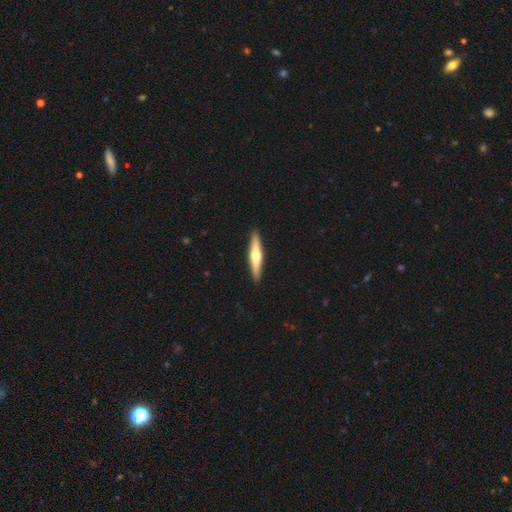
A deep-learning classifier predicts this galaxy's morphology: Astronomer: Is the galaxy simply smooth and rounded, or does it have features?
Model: featured or disk — 56% (runner-up: smooth, 39%).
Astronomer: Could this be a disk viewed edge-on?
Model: yes — 96%.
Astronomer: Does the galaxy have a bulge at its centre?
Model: rounded — 91%.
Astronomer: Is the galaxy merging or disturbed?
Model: none — 92%.